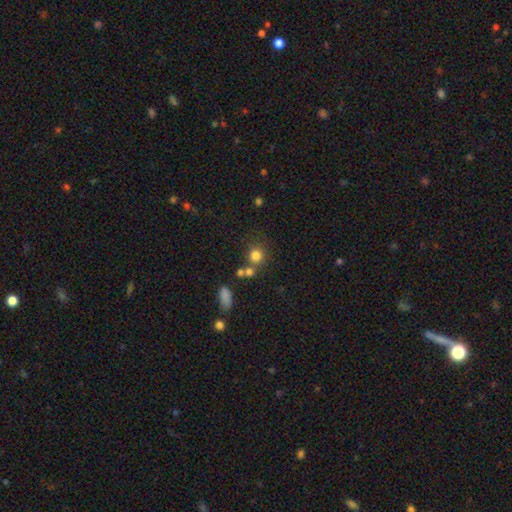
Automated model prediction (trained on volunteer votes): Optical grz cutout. It shows a smooth galaxy with no disk features (79%) that is round (88%). Merging: none (66%).